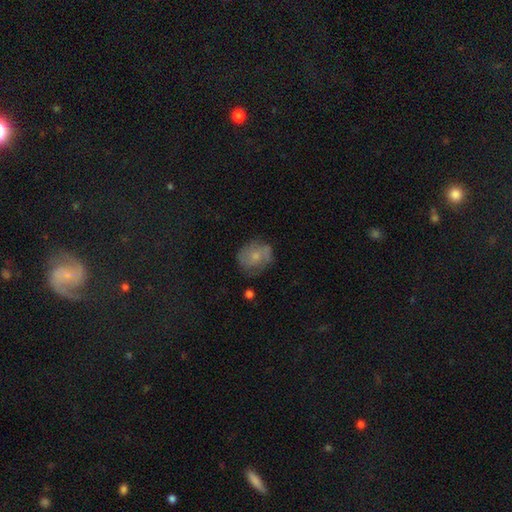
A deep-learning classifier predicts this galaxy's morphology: A smooth galaxy with no disk features (56%) that is round (63%).

Vote fractions:
- Smooth or featured? smooth: 56% / featured or disk: 35% / star or artifact: 9%
- How rounded? round: 63% / in between: 35% / cigar-shaped: 1%
- Merging? none: 65% / minor disturbance: 24% / major disturbance: 9% / merger: 3%